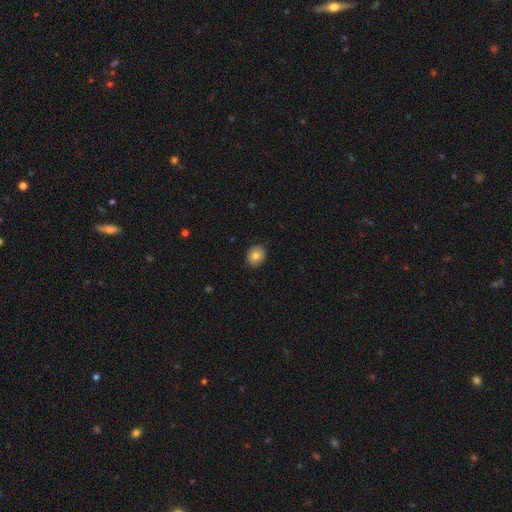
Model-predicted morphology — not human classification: This appears to be a smooth galaxy with no disk features (80%) that is round (68%). Merging: none (88%).